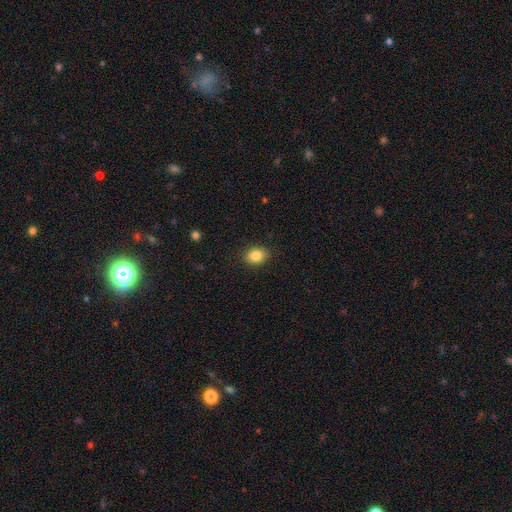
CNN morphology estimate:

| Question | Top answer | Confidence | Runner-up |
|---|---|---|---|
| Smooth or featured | smooth | 86% | star or artifact (9%) |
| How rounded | in between | 54% | round (45%) |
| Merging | none | 88% | minor disturbance (9%) |